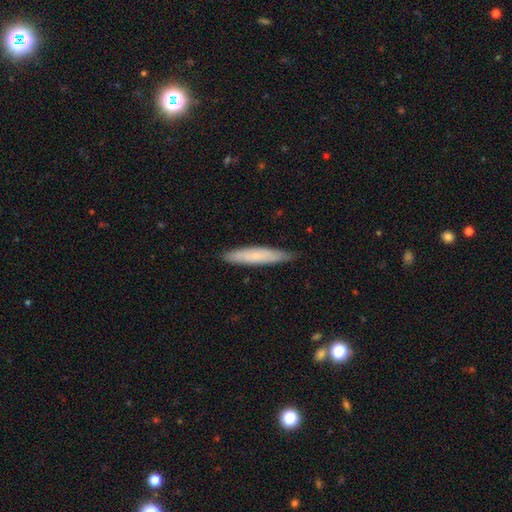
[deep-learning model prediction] This is likely a smooth galaxy (66%). How rounded: clearly cigar-shaped (89%). Merging: clearly none (85%).